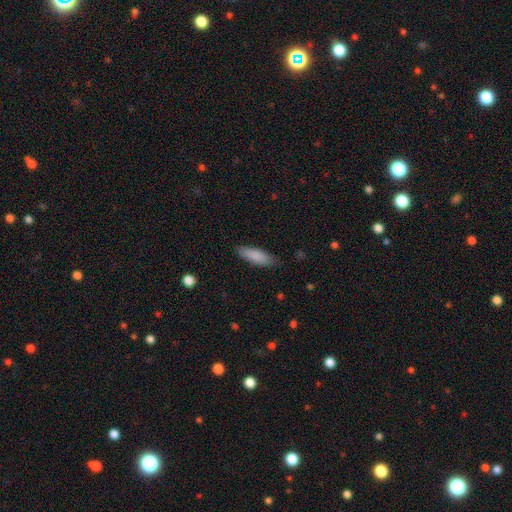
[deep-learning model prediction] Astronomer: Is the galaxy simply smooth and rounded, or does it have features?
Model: smooth — 86%.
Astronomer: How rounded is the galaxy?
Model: in between — 50% (runner-up: cigar-shaped, 48%).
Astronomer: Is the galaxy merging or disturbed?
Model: none — 83%.